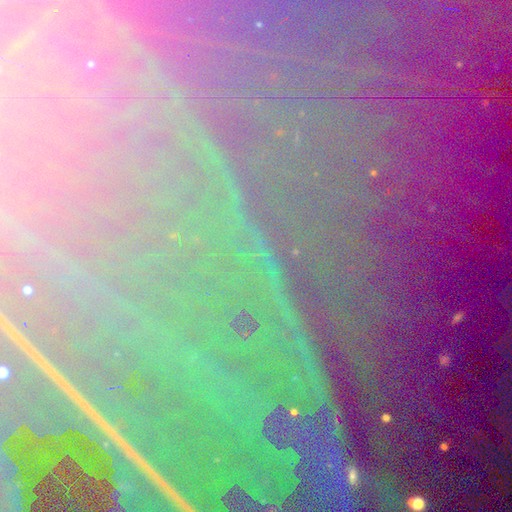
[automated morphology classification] type=star or artifact (87%).